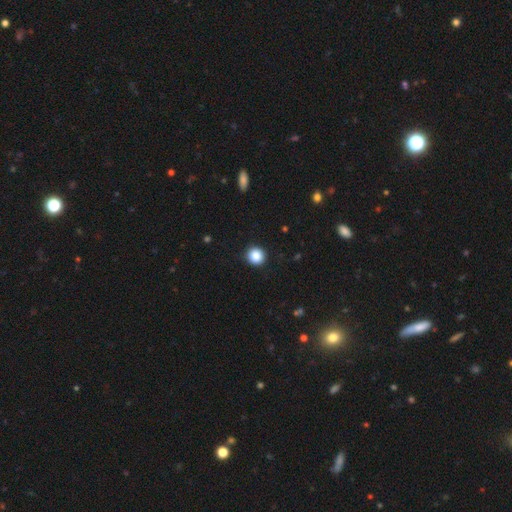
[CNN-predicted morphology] type=smooth (86%); roundness=round (93%); merging=none (92%).